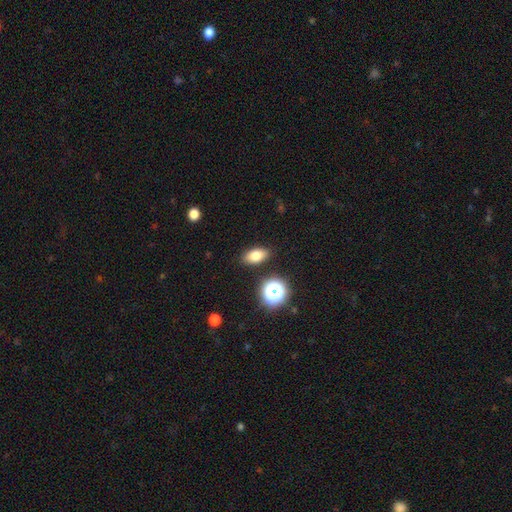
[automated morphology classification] Smooth or featured? smooth (77%)
How rounded? in between (84%)
Merging? none (87%)